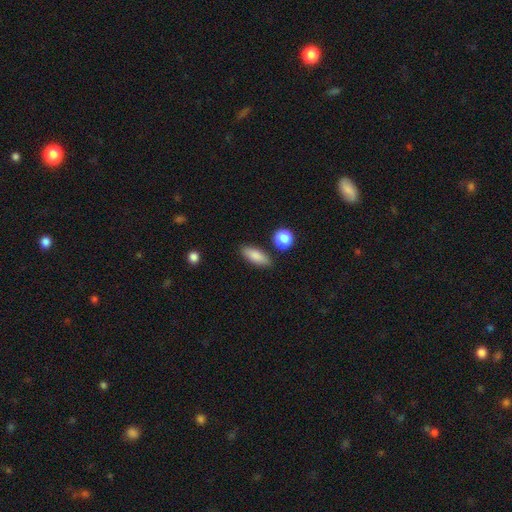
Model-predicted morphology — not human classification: Smooth or featured? smooth (84%)
How rounded? in between (73%)
Merging? none (82%)